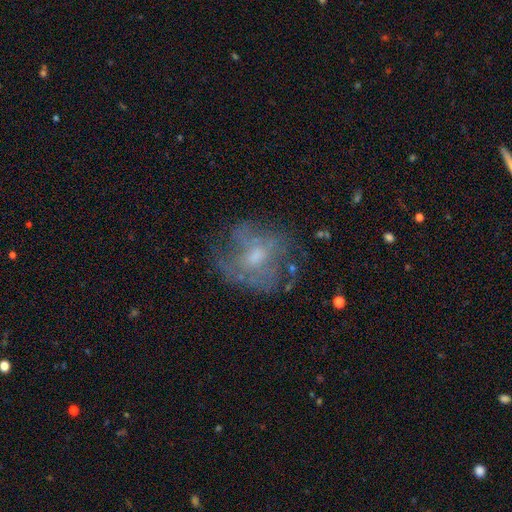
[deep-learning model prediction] featured or disk 63%, smooth 26%, star or artifact 11%. Down the decision tree: edge-on disk — no (97%); bar — no (67%); spiral arms — yes (52%); bulge size — moderate (49%); merging — none (58%).